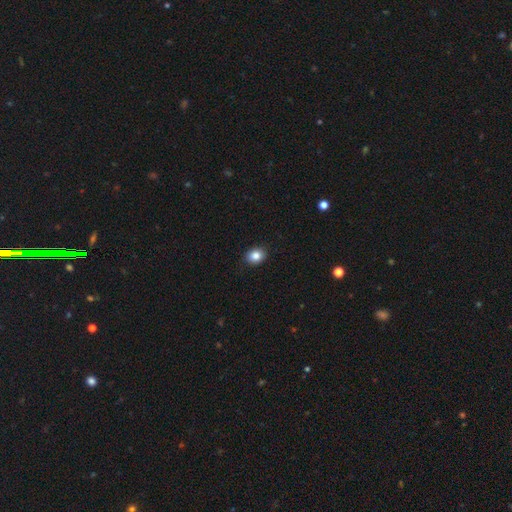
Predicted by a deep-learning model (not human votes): Morphology: type=smooth (86%); roundness=in between (50%); merging=none (90%).